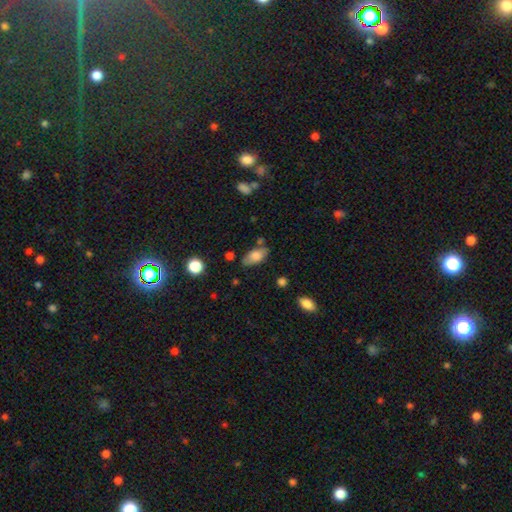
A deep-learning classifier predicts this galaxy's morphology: Smooth or featured?
  - smooth: 78% *
  - featured or disk: 15%
  - star or artifact: 8%
How rounded?
  - in between: 89% *
  - cigar-shaped: 8%
  - round: 4%
Merging?
  - none: 70% *
  - minor disturbance: 19%
  - merger: 6%
  - major disturbance: 5%